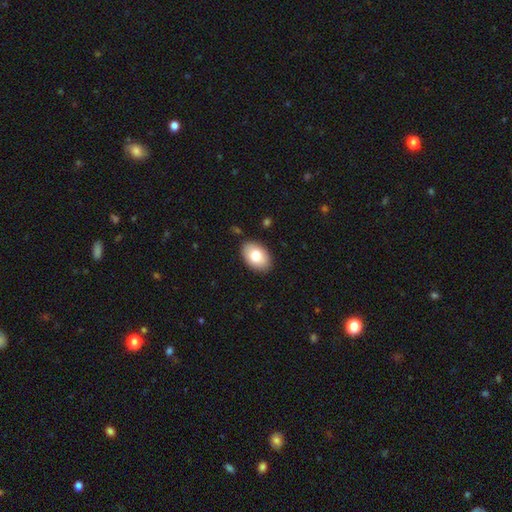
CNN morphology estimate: Overall: smooth (80%). How rounded: in between (91%). Merging: none (88%).